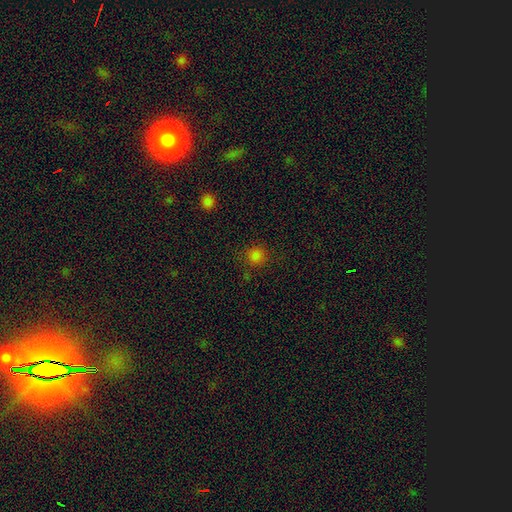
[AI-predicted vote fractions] Smooth or featured? smooth (80%)
How rounded? round (92%)
Merging? none (83%)